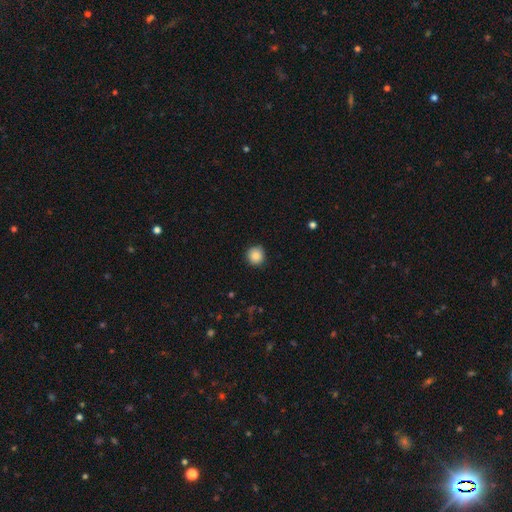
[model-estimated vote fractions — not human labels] Overall: smooth (86%). How rounded: round (93%). Merging: none (89%).